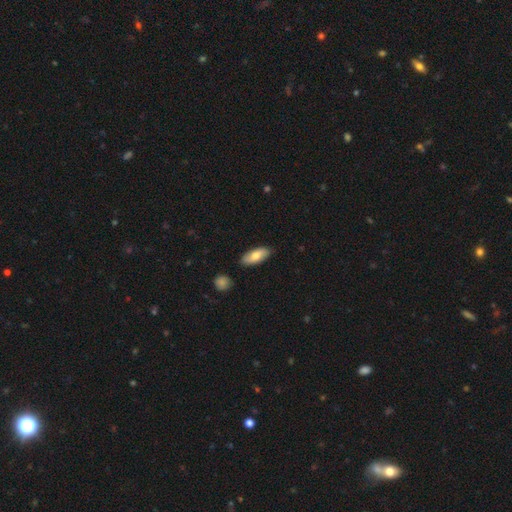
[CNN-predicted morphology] Smooth or featured? smooth (73%)
How rounded? in between (84%)
Merging? none (86%)